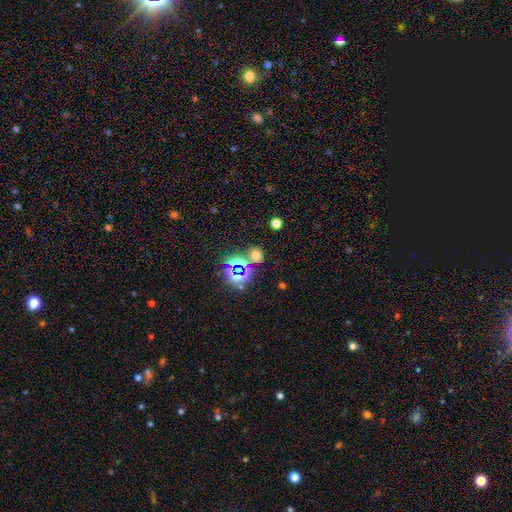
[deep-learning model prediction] Smooth or featured? Predicted: smooth (p=0.54). How rounded? Predicted: round (p=0.73). Merging? Predicted: none (p=0.74).